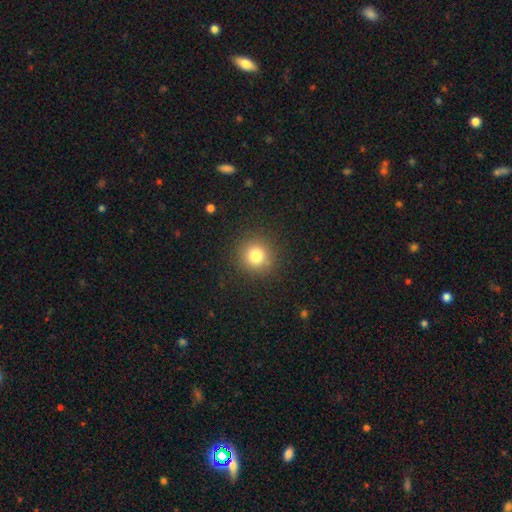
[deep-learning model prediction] Smooth or featured: smooth — 79% (star or artifact — 13%)
How rounded: round — 93% (in between — 6%)
Merging: none — 90% (minor disturbance — 6%)